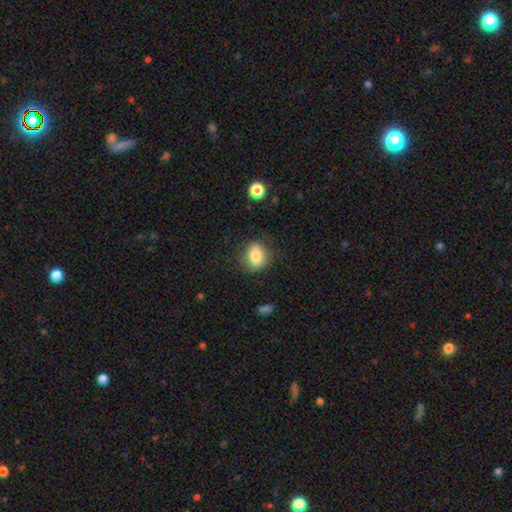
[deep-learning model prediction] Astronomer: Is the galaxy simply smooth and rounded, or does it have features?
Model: smooth — 81%.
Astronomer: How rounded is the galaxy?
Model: in between — 52% (runner-up: round, 47%).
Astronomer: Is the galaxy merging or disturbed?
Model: none — 74%.